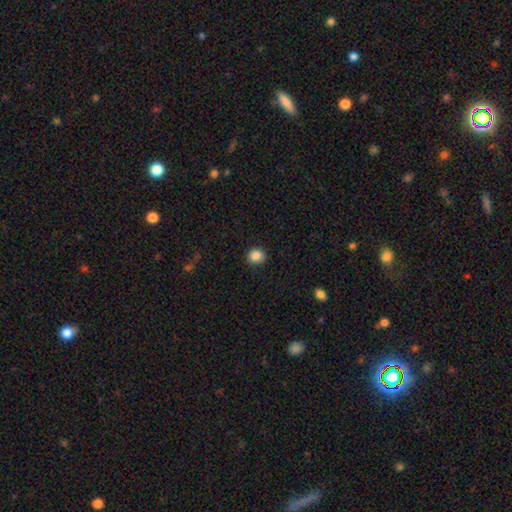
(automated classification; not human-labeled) Smooth or featured? smooth (87%)
How rounded? round (80%)
Merging? none (89%)